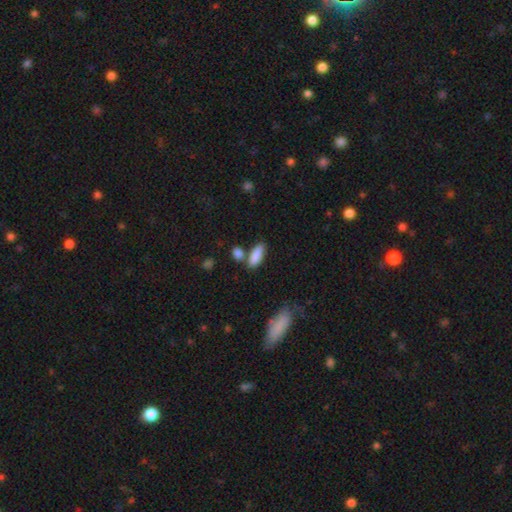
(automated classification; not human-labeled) Q: Smooth or featured?
A: smooth (87%); runner-up: star or artifact (7%)
Q: How rounded?
A: in between (69%); runner-up: cigar-shaped (28%)
Q: Merging?
A: none (63%); runner-up: merger (19%)